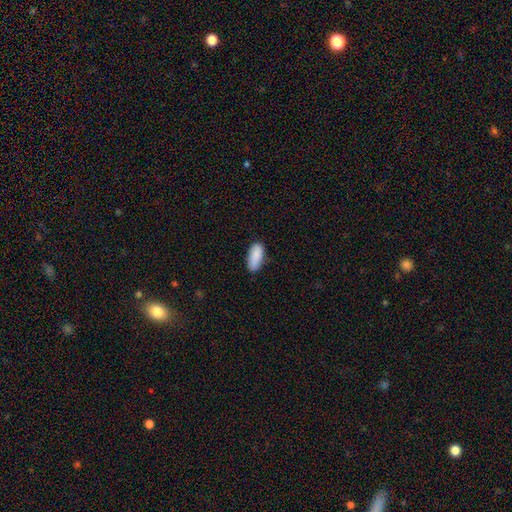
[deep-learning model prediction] Smooth or featured? Predicted: smooth (p=0.88). How rounded? Predicted: in between (p=0.86). Merging? Predicted: none (p=0.76).